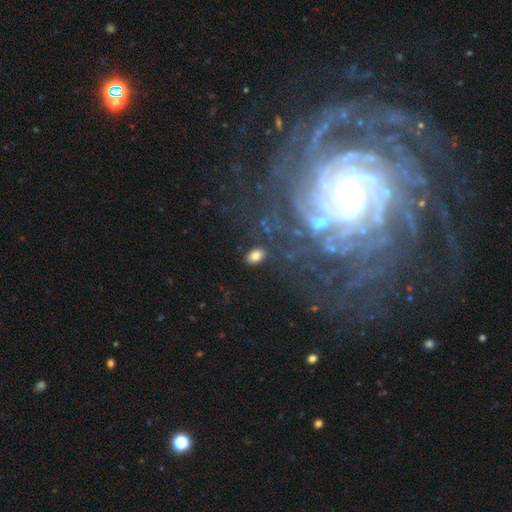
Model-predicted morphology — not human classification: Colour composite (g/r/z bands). It shows a smooth galaxy with no disk features (77%) that is in between round and cigar-shaped (86%). Merging: none (82%).